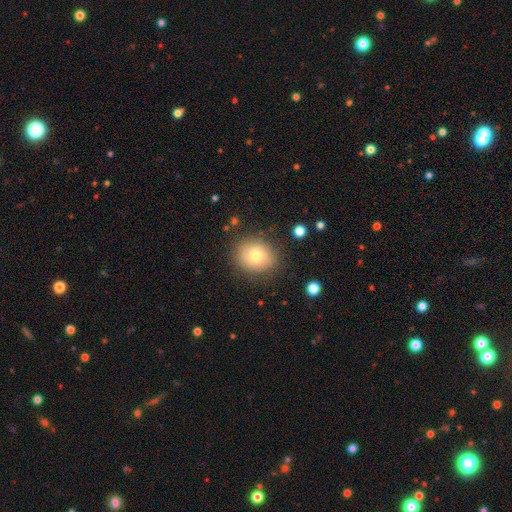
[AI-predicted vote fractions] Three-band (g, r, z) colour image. It shows a smooth galaxy with no disk features (74%) that is round (69%). Merging: none (83%).